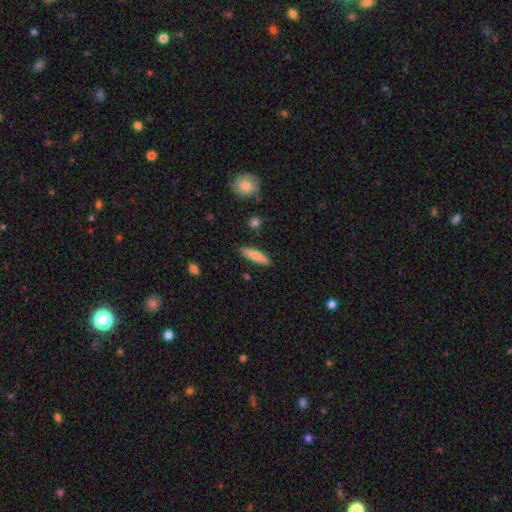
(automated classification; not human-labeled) Morphology: type=smooth (79%); roundness=cigar-shaped (77%); merging=none (87%).